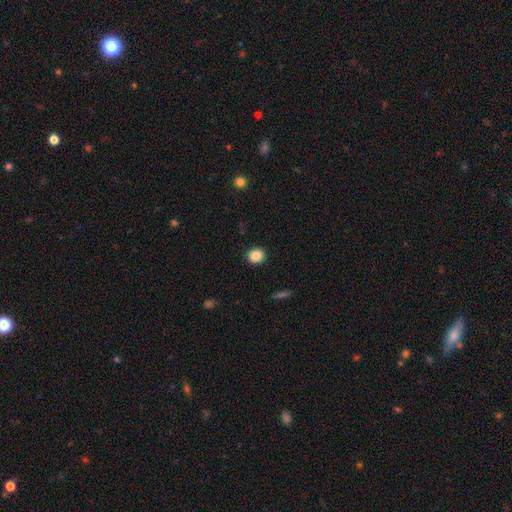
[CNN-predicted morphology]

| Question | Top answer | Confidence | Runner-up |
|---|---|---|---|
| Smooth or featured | smooth | 86% | star or artifact (10%) |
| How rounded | round | 88% | in between (11%) |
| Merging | none | 92% | minor disturbance (5%) |